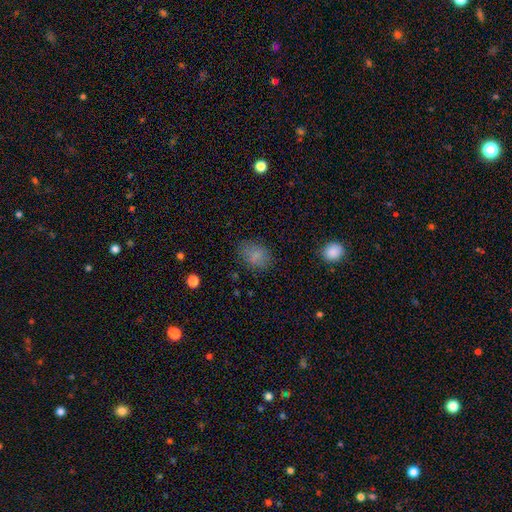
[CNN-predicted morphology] Smooth or featured: smooth — 80% (star or artifact — 12%)
How rounded: in between — 73% (round — 26%)
Merging: none — 77% (minor disturbance — 16%)